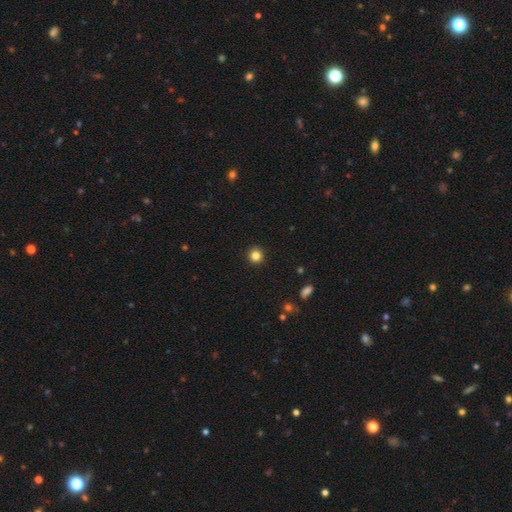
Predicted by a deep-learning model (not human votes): Smooth or featured?
  - smooth: 83% *
  - star or artifact: 12%
  - featured or disk: 5%
How rounded?
  - round: 93% *
  - in between: 6%
  - cigar-shaped: 1%
Merging?
  - none: 92% *
  - minor disturbance: 5%
  - major disturbance: 2%
  - merger: 1%